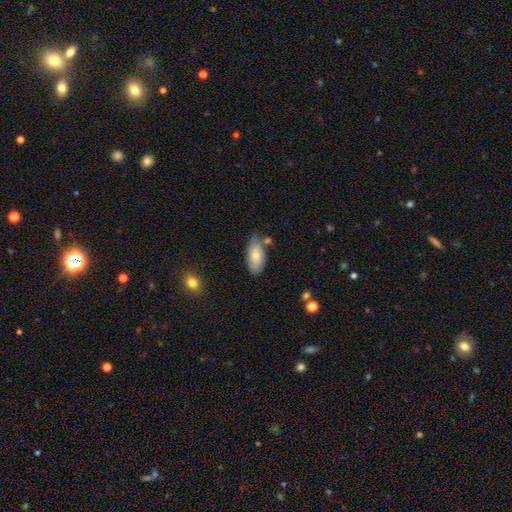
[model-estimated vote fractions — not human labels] The model was most divided on "merging": none: 68%, minor disturbance: 20%, merger: 7%, major disturbance: 4%. More confident: how rounded — in between (91%); smooth or featured — smooth (73%).